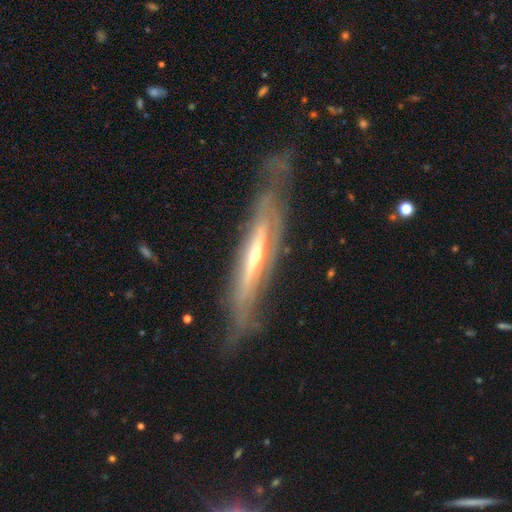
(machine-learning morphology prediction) This appears to be a featured or disk galaxy (80%) viewed edge-on (73%) with a rounded central bulge (65%). Merging: none (63%).